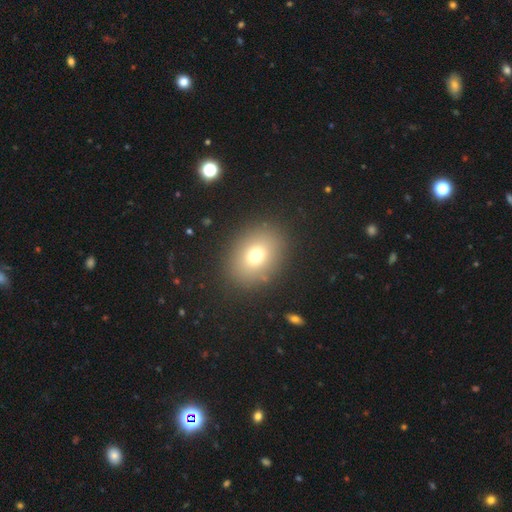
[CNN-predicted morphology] This is likely a smooth galaxy (73%). How rounded: possibly in between (56%). Merging: clearly none (87%).